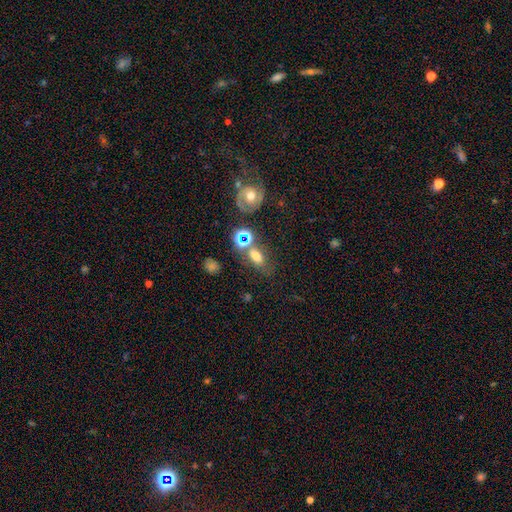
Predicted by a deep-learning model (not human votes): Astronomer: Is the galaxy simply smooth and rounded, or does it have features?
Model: smooth — 65%.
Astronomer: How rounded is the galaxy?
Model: in between — 77%.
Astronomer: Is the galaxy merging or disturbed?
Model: none — 52%.